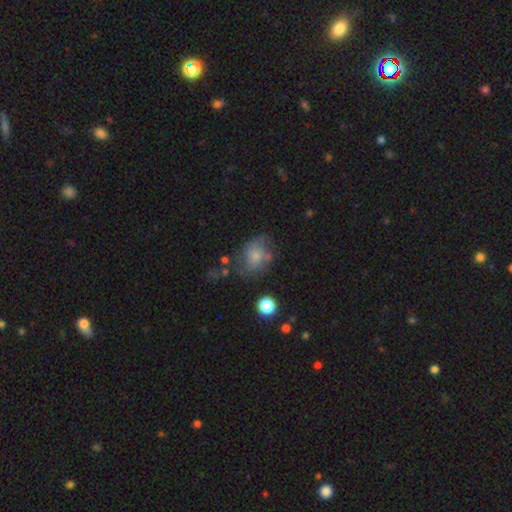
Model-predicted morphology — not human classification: This is possibly a smooth galaxy (60%). How rounded: possibly in between (59%). Merging: possibly none (45%).